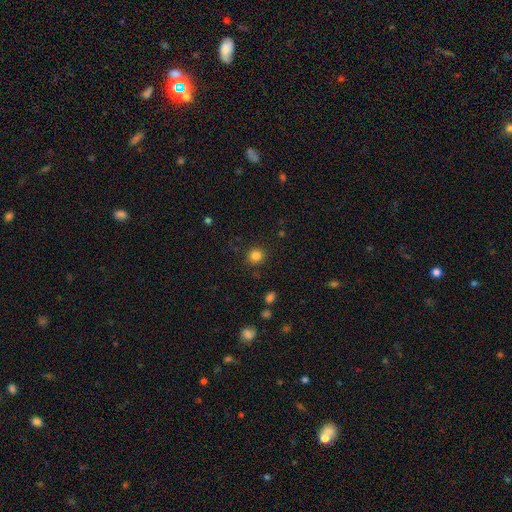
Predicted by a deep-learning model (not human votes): A smooth galaxy with no disk features (83%) that is round (87%). Merging: none (88%).